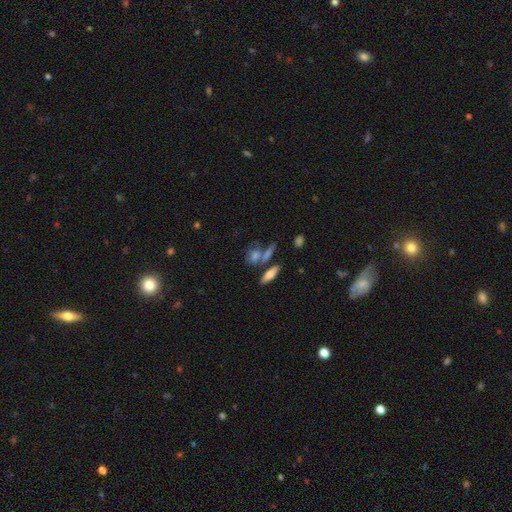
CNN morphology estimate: A smooth galaxy with no disk features (56%) that is in between round and cigar-shaped (51%). Merging: none (54%).